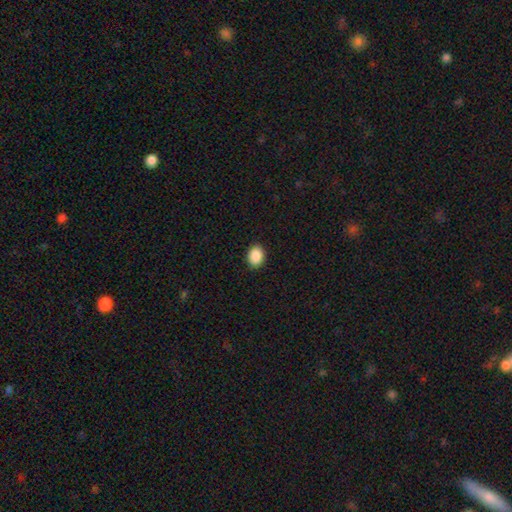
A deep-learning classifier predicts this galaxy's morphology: This is clearly a smooth galaxy (89%). How rounded: likely in between (65%). Merging: clearly none (91%).